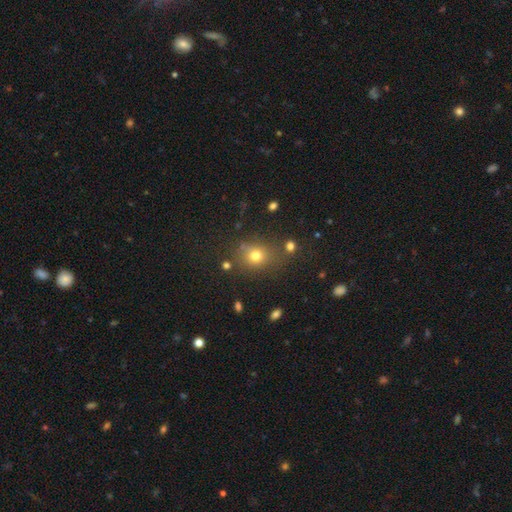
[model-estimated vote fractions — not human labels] Q: Smooth or featured?
A: smooth (73%); runner-up: star or artifact (18%)
Q: How rounded?
A: round (71%); runner-up: in between (28%)
Q: Merging?
A: none (72%); runner-up: minor disturbance (14%)